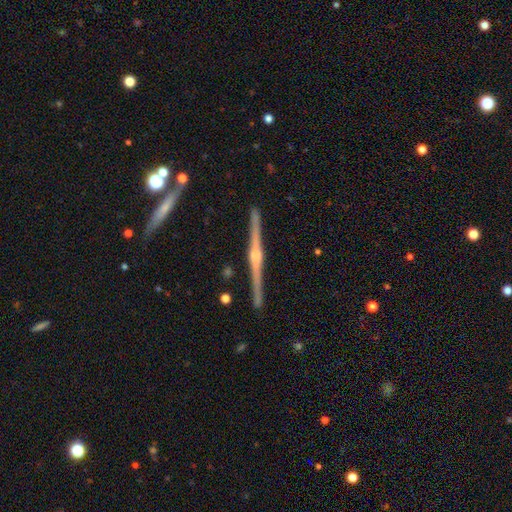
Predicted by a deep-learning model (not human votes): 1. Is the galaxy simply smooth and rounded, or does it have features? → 89% featured or disk, 6% smooth, 5% star or artifact.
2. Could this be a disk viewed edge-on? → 99% yes, 1% no.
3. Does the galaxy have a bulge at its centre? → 90% rounded, 6% boxy, 5% none.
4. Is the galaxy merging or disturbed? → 92% none, 5% minor disturbance, 1% merger, 1% major disturbance.